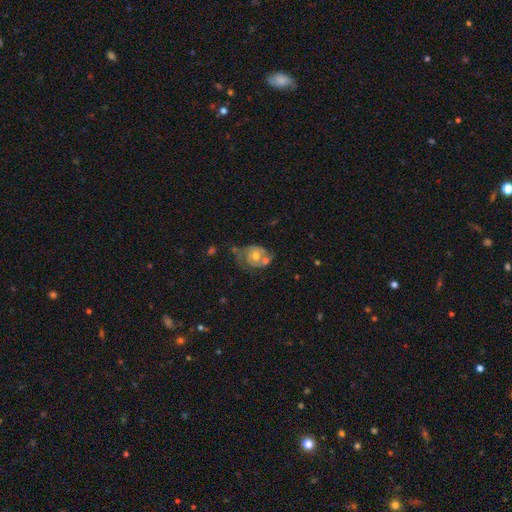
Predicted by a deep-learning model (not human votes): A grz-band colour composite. It shows a featured or disk galaxy (67%) with no bar (77%), 2 (59%) tight (46%) spiral arms (78%) and a moderate central bulge (67%). Merging: none (34%).